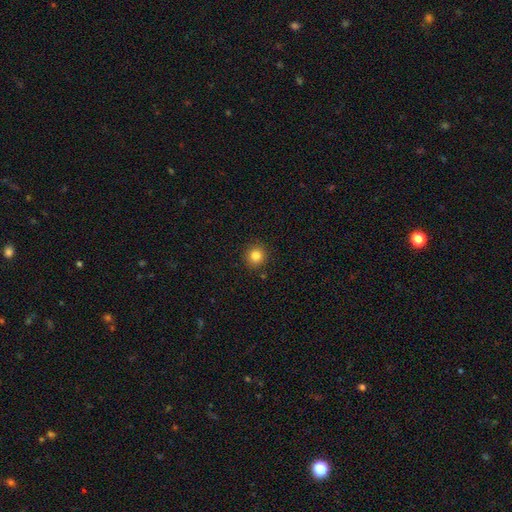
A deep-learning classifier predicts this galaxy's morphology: A smooth galaxy with no disk features (83%) that is round (92%). Merging: none (90%).